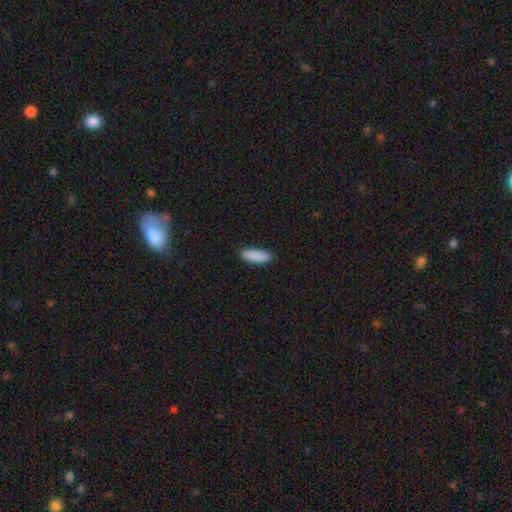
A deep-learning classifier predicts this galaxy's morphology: Smooth or featured?
  - smooth: 89% *
  - star or artifact: 6%
  - featured or disk: 5%
How rounded?
  - cigar-shaped: 51% *
  - in between: 48%
  - round: 2%
Merging?
  - none: 88% *
  - minor disturbance: 9%
  - major disturbance: 2%
  - merger: 1%